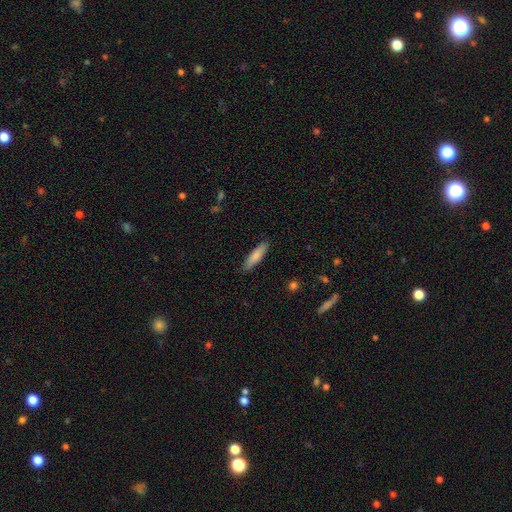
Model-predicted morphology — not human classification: type=smooth (83%); roundness=cigar-shaped (74%); merging=none (89%).